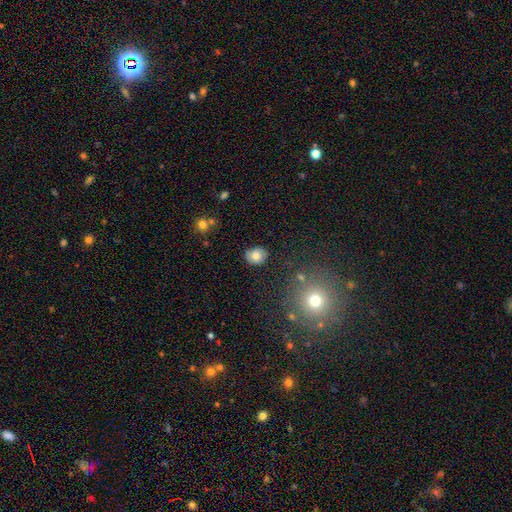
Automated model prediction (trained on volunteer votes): The model was most divided on "how rounded": round: 57%, in between: 42%, cigar-shaped: 1%. More confident: merging — none (81%); smooth or featured — smooth (77%).